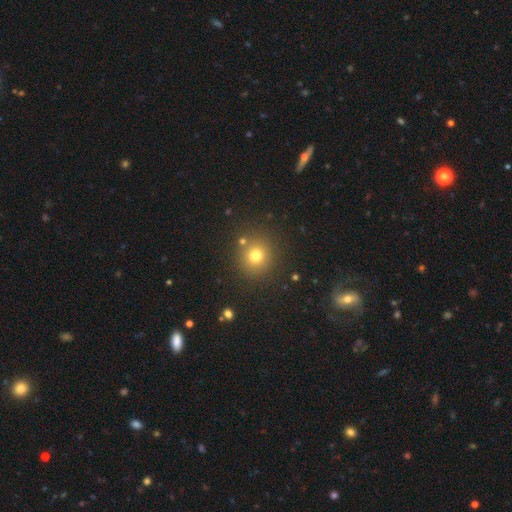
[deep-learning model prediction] Smooth or featured? Predicted: smooth (p=0.74). How rounded? Predicted: round (p=0.90). Merging? Predicted: none (p=0.85).